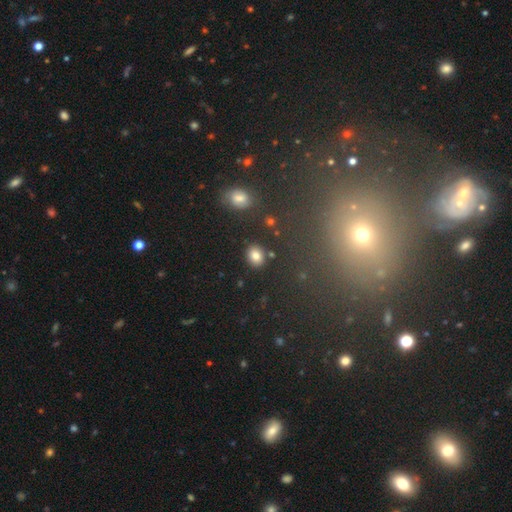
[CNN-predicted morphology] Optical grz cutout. It shows a smooth galaxy with no disk features (82%) that is in between round and cigar-shaped (52%). Merging: none (85%).